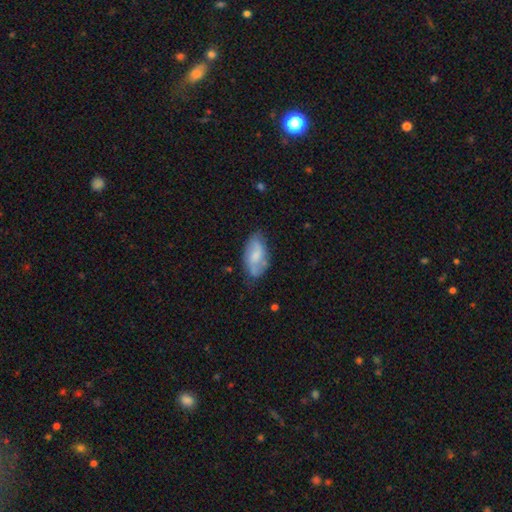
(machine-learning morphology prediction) The model was most divided on "smooth or featured": smooth: 54%, featured or disk: 39%, star or artifact: 7%. More confident: how rounded — in between (92%); merging — none (67%).